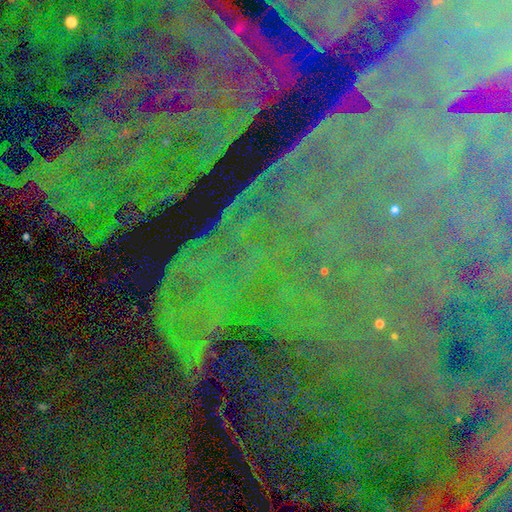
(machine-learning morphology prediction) A star or artifact, not a galaxy (86%).